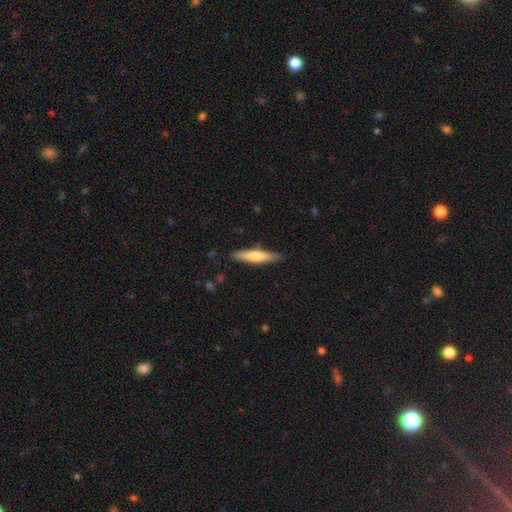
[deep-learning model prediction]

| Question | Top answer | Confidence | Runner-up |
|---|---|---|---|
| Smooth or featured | smooth | 59% | featured or disk (36%) |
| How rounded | cigar-shaped | 84% | in between (15%) |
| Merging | none | 87% | minor disturbance (10%) |